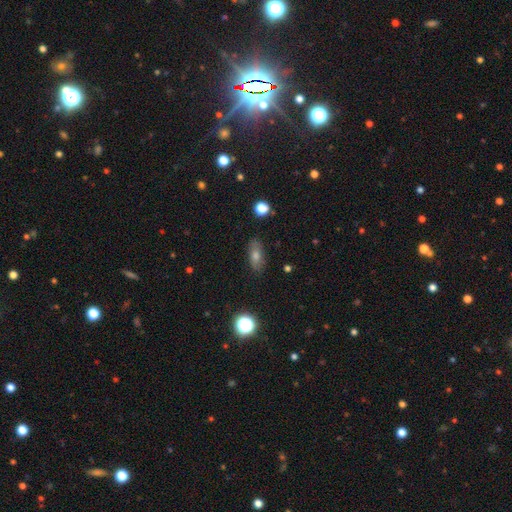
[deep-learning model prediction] smooth-or-featured: smooth: 62% | featured or disk: 22% | star or artifact: 16%
  how-rounded: in between: 75% | cigar-shaped: 17% | round: 8%
  merging: none: 86% | minor disturbance: 10% | major disturbance: 2% | merger: 1%